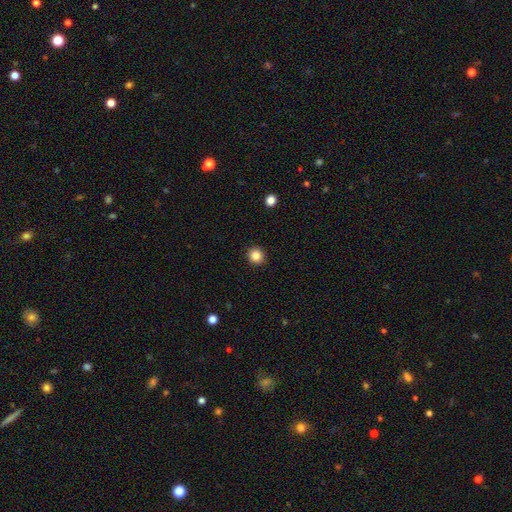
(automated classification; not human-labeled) Morphology: type=smooth (85%); roundness=round (89%); merging=none (92%).